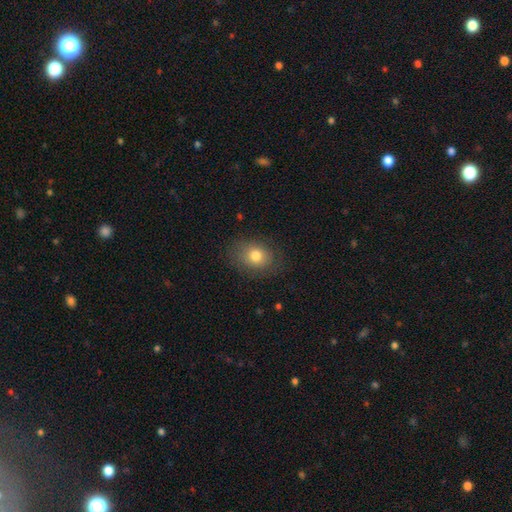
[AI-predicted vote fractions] Smooth or featured? smooth (78%)
How rounded? in between (55%)
Merging? none (80%)